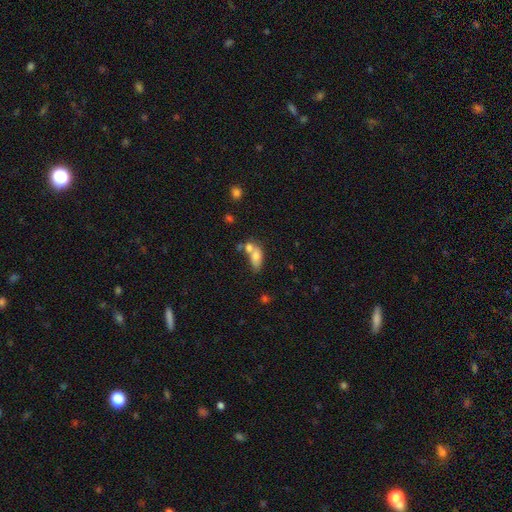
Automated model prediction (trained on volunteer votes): Smooth or featured? smooth (70%)
How rounded? in between (83%)
Merging? merger (50%)